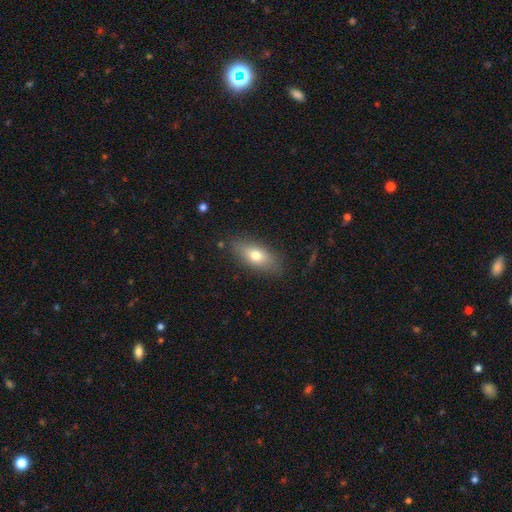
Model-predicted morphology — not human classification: The model was most divided on "smooth or featured": smooth: 70%, featured or disk: 22%, star or artifact: 8%. More confident: merging — none (82%); how rounded — in between (77%).